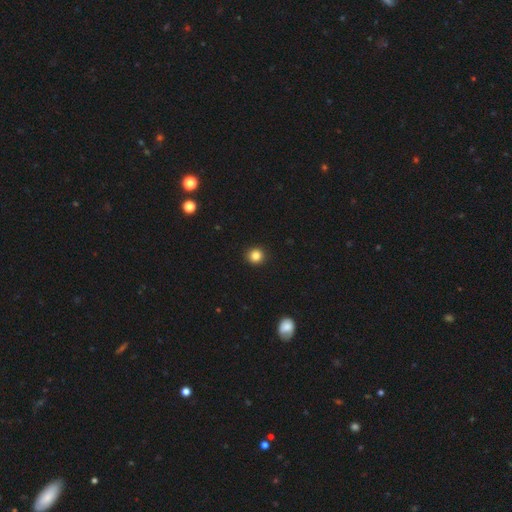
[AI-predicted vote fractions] A smooth galaxy with no disk features (84%) that is round (94%).

Vote fractions:
- Smooth or featured? smooth: 84% / star or artifact: 11% / featured or disk: 4%
- How rounded? round: 94% / in between: 5% / cigar-shaped: 1%
- Merging? none: 93% / minor disturbance: 4% / major disturbance: 1% / merger: 1%